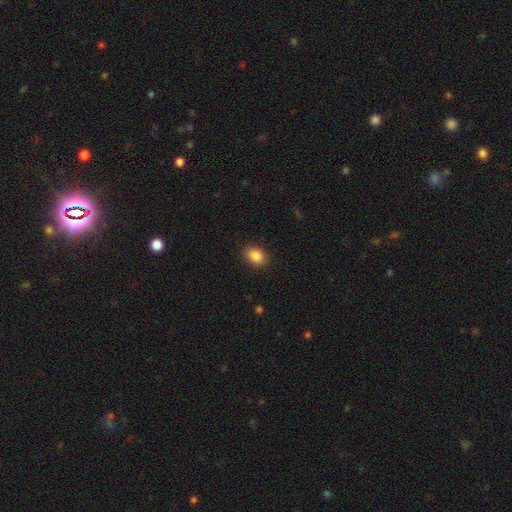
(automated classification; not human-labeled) Smooth or featured: smooth — 87% (star or artifact — 9%)
How rounded: in between — 65% (round — 34%)
Merging: none — 89% (minor disturbance — 8%)